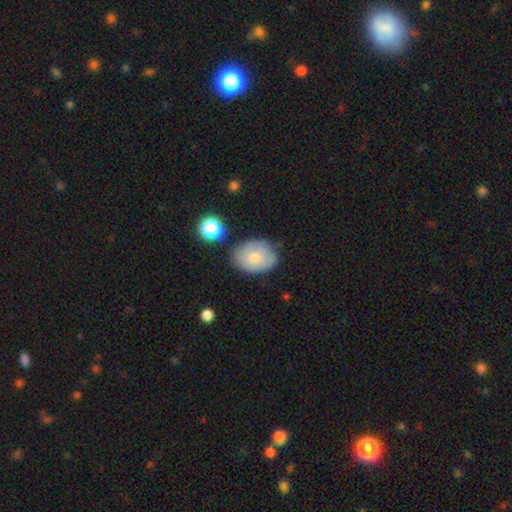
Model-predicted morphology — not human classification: Smooth or featured? Predicted: smooth (p=0.65). How rounded? Predicted: in between (p=0.68). Merging? Predicted: none (p=0.76).